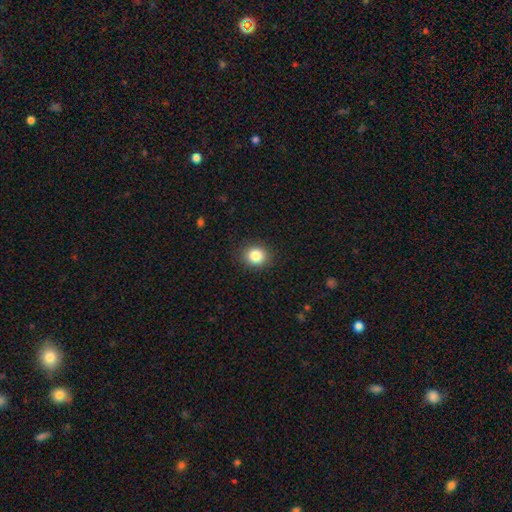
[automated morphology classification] Smooth or featured? Predicted: smooth (p=0.84). How rounded? Predicted: round (p=0.77). Merging? Predicted: none (p=0.89).